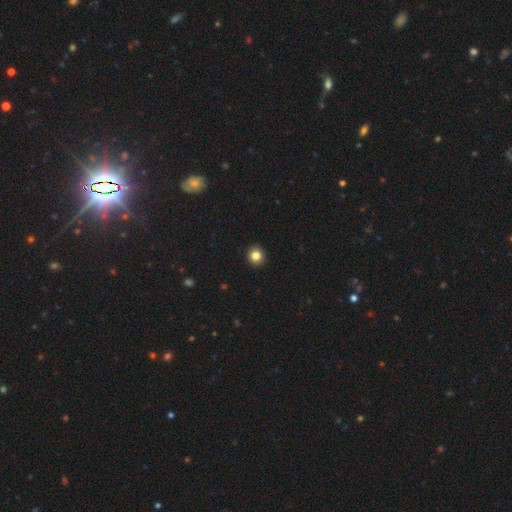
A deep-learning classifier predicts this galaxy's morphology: This appears to be a smooth galaxy with no disk features (83%) that is round (90%). Merging: none (93%).